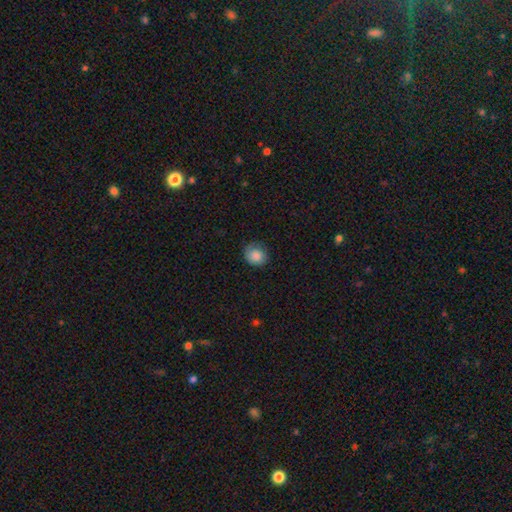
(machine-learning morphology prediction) A smooth galaxy with no disk features (83%) that is round (77%). Merging: none (70%).